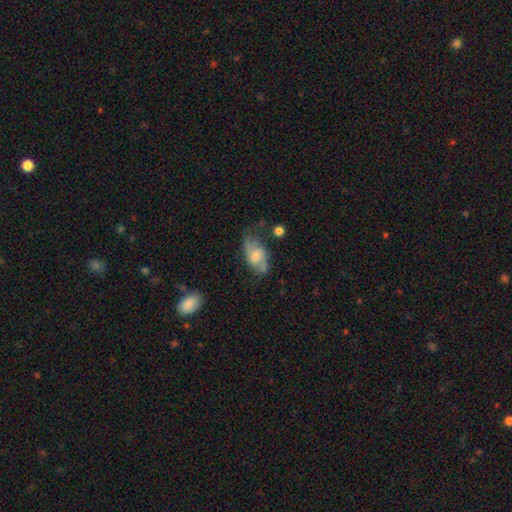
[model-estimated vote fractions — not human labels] smooth_or_featured: featured or disk (p=0.53) [alt: smooth p=0.39]
disk_edge_on: no (p=0.93) [alt: yes p=0.07]
merging: none (p=0.55) [alt: minor disturbance p=0.28]